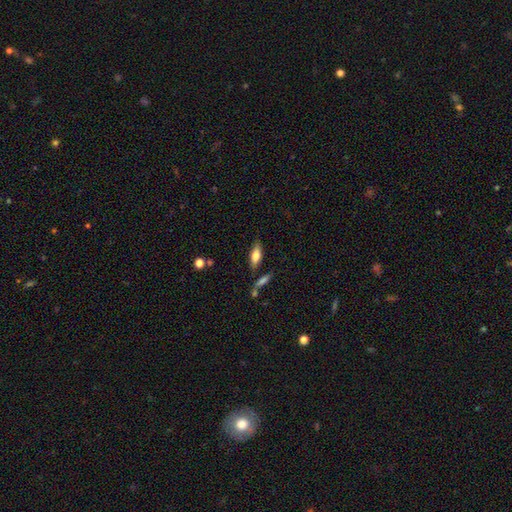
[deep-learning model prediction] Smooth or featured? Predicted: smooth (p=0.69). How rounded? Predicted: in between (p=0.71). Merging? Predicted: none (p=0.74).